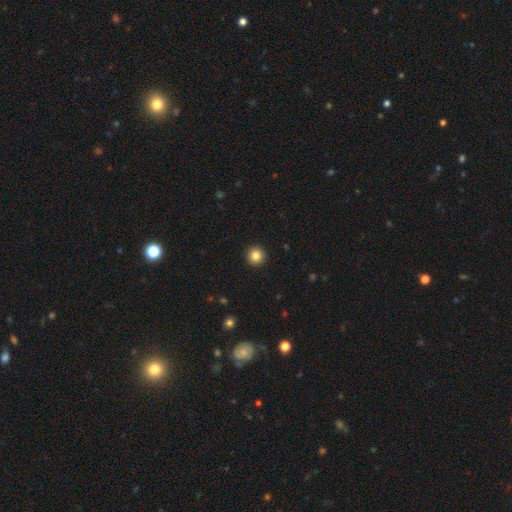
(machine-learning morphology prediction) This appears to be a smooth galaxy with no disk features (85%) that is round (96%). Merging: none (94%).